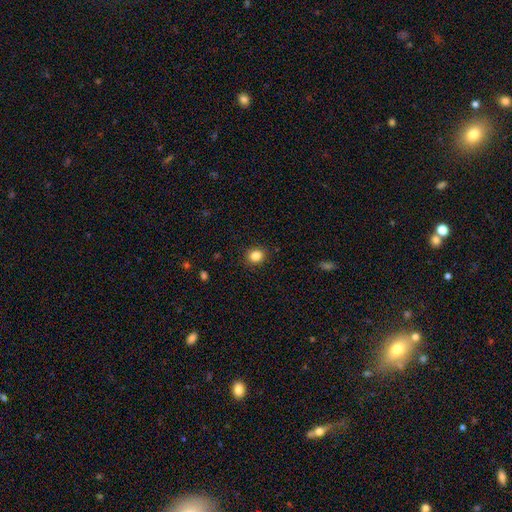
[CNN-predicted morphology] A smooth galaxy with no disk features (84%) that is round (73%).

Vote fractions:
- Smooth or featured? smooth: 84% / star or artifact: 11% / featured or disk: 5%
- How rounded? round: 73% / in between: 26% / cigar-shaped: 1%
- Merging? none: 90% / minor disturbance: 7% / major disturbance: 2% / merger: 1%